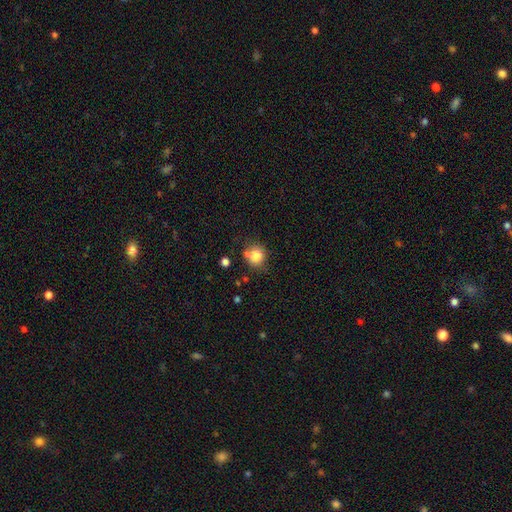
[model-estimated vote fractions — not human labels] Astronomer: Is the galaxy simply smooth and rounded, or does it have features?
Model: smooth — 81%.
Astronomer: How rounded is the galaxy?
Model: round — 84%.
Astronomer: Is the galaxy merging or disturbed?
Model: none — 63%.